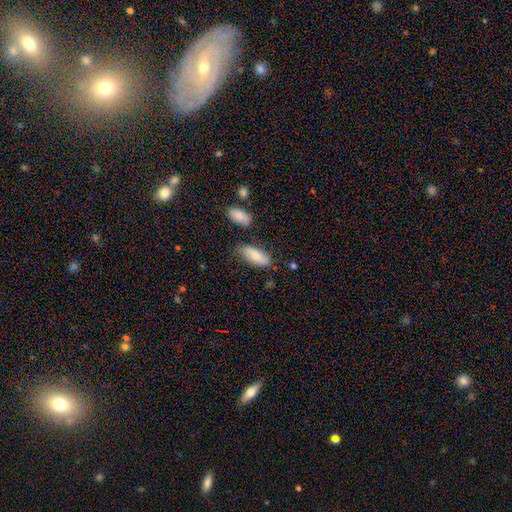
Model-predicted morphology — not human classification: smooth-or-featured: smooth: 67% | featured or disk: 26% | star or artifact: 7%
  how-rounded: in between: 82% | cigar-shaped: 16% | round: 3%
  merging: none: 69% | minor disturbance: 22% | major disturbance: 5% | merger: 4%